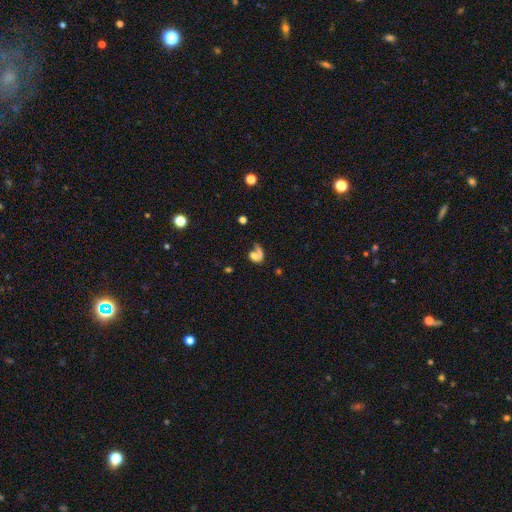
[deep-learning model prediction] smooth_or_featured: smooth (p=0.42) [tied with: featured or disk p=0.42]
merging: major disturbance (p=0.31) [alt: none p=0.30]